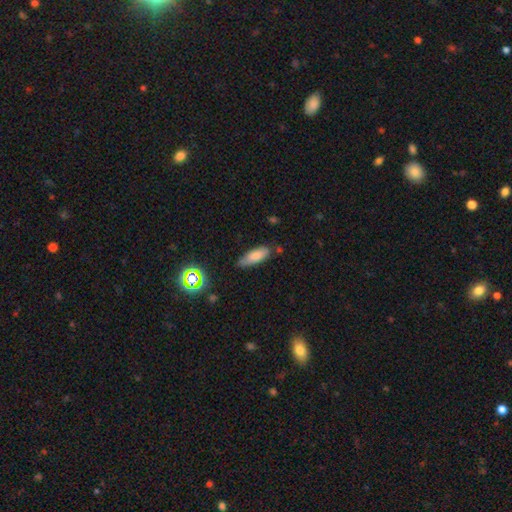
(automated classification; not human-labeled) This is likely a smooth galaxy (78%). How rounded: likely in between (63%). Merging: likely none (71%).